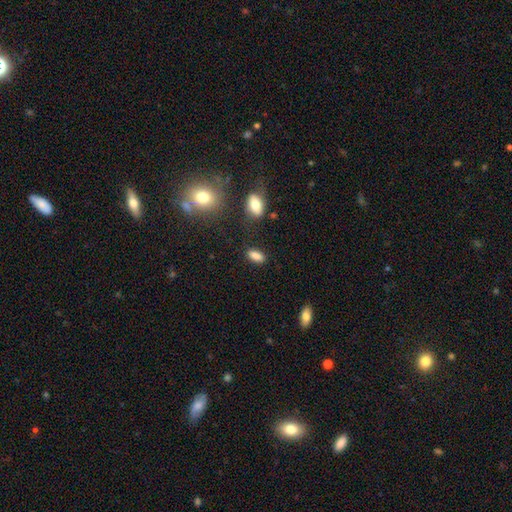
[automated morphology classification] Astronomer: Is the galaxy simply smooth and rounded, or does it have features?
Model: smooth — 85%.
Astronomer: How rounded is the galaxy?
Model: in between — 82%.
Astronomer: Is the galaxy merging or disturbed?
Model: none — 81%.